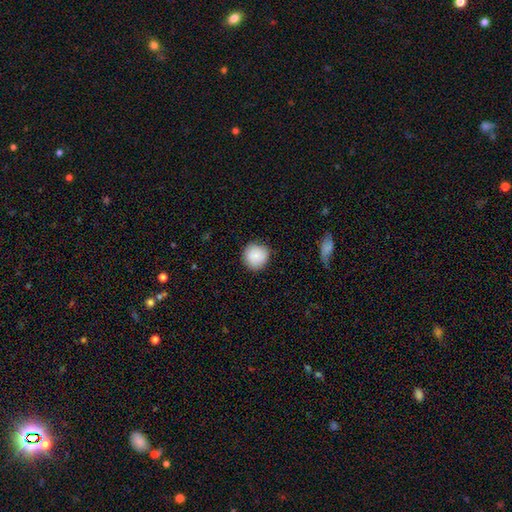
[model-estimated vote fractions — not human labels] smooth_or_featured: smooth (p=0.87) [alt: star or artifact p=0.07]
how_rounded: round (p=0.92) [alt: in between p=0.07]
merging: none (p=0.85) [alt: minor disturbance p=0.11]